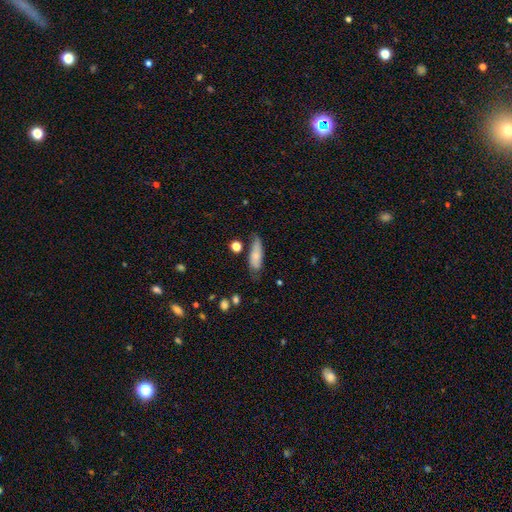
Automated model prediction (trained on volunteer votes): Smooth or featured?
  - smooth: 74% *
  - featured or disk: 19%
  - star or artifact: 7%
How rounded?
  - in between: 58% *
  - cigar-shaped: 39%
  - round: 2%
Merging?
  - none: 58% *
  - minor disturbance: 30%
  - major disturbance: 8%
  - merger: 4%